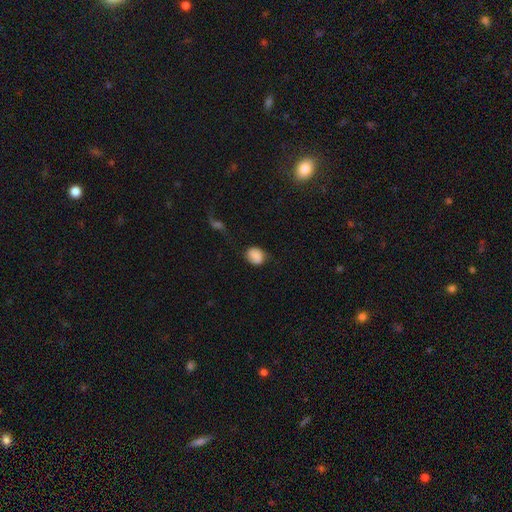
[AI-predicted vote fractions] Smooth or featured: smooth — 81% (featured or disk — 10%)
How rounded: round — 58% (in between — 41%)
Merging: none — 65% (minor disturbance — 23%)